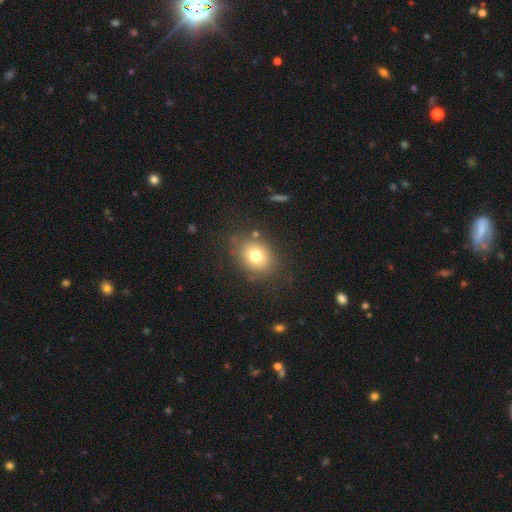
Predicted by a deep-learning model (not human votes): Smooth or featured?
  - smooth: 76% *
  - featured or disk: 12%
  - star or artifact: 12%
How rounded?
  - round: 58% *
  - in between: 41%
  - cigar-shaped: 1%
Merging?
  - none: 79% *
  - minor disturbance: 13%
  - major disturbance: 5%
  - merger: 3%